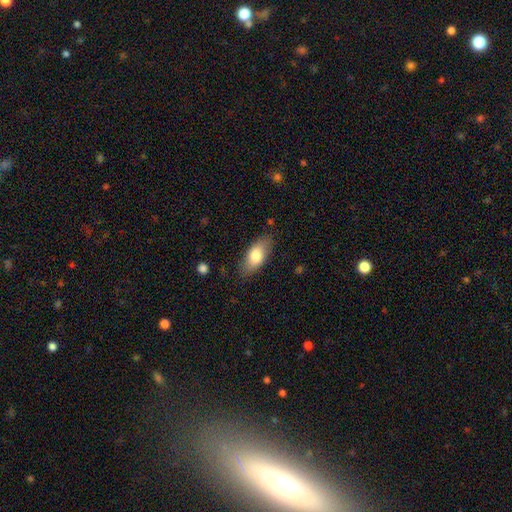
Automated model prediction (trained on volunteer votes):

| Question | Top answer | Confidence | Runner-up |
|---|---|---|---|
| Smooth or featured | smooth | 77% | featured or disk (17%) |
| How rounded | in between | 87% | cigar-shaped (10%) |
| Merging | none | 82% | minor disturbance (13%) |